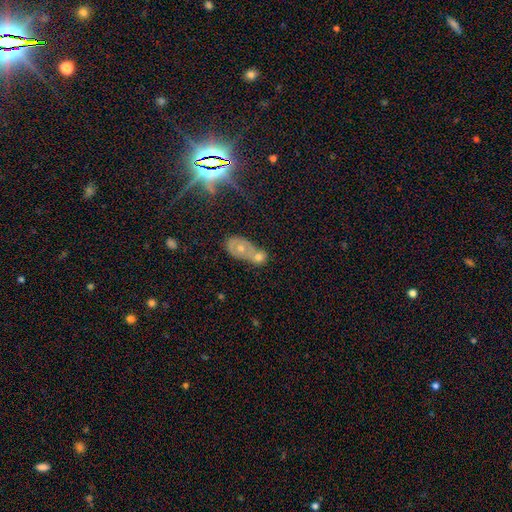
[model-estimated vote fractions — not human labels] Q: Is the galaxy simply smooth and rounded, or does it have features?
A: smooth — 55%.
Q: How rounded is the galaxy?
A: in between — 54%.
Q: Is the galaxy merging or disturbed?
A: merger — 69%.